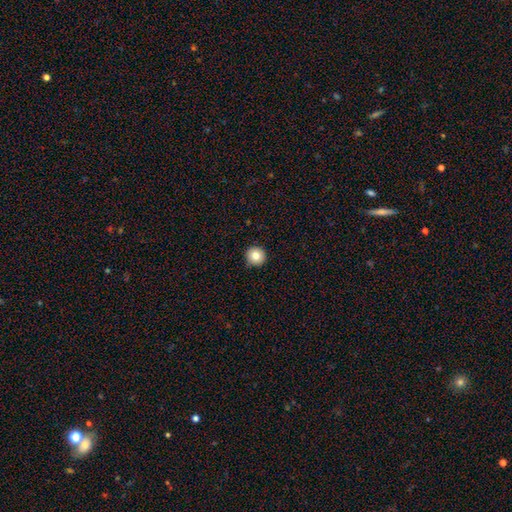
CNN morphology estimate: smooth 82%, star or artifact 10%, featured or disk 8%. Down the decision tree: how rounded — round (96%); merging — none (92%).